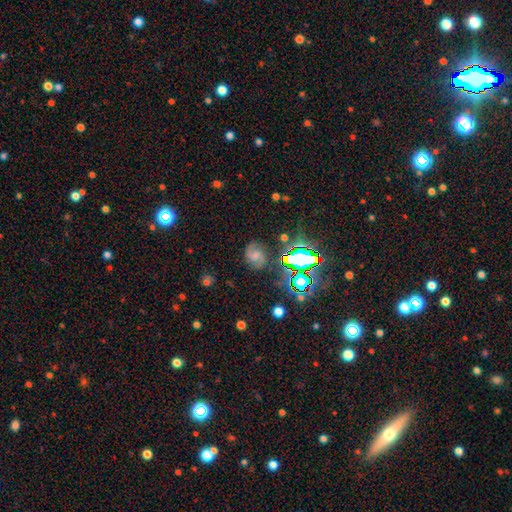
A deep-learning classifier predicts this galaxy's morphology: The model was most divided on "bulge size": small: 33%, moderate: 31%, none: 26%, large: 7%, dominant: 2%. Remaining: edge-on disk — no (97%); spiral arms — yes (93%); spiral arm count — 2 (88%); merging — none (74%); smooth or featured — featured or disk (62%); spiral winding — medium (53%); bar — no (47%).